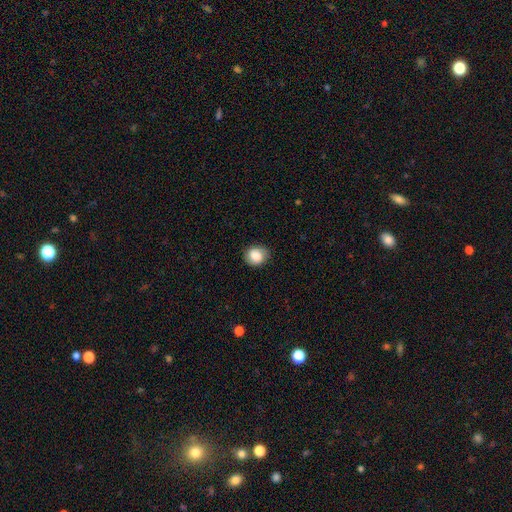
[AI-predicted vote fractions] Q: Smooth or featured?
A: smooth (80%); runner-up: featured or disk (12%)
Q: How rounded?
A: round (68%); runner-up: in between (31%)
Q: Merging?
A: none (79%); runner-up: minor disturbance (16%)